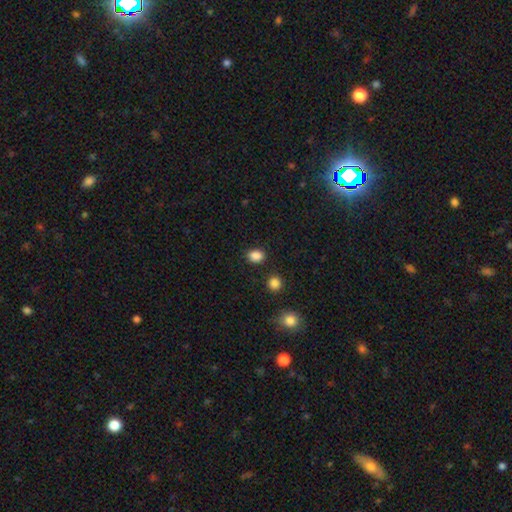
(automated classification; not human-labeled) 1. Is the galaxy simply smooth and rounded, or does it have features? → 86% smooth, 10% star or artifact, 3% featured or disk.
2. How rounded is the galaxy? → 62% in between, 37% round, 1% cigar-shaped.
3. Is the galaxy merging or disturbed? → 84% none, 10% minor disturbance, 3% merger, 3% major disturbance.